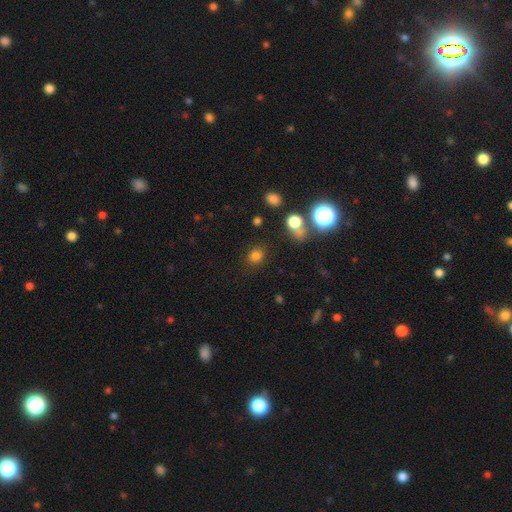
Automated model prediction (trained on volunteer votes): This appears to be a smooth galaxy with no disk features (77%) that is round (68%). Merging: none (80%).